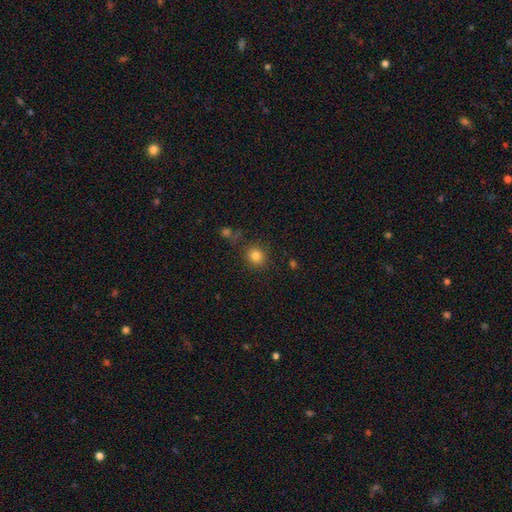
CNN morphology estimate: Smooth or featured? Predicted: smooth (p=0.83). How rounded? Predicted: round (p=0.85). Merging? Predicted: none (p=0.80).